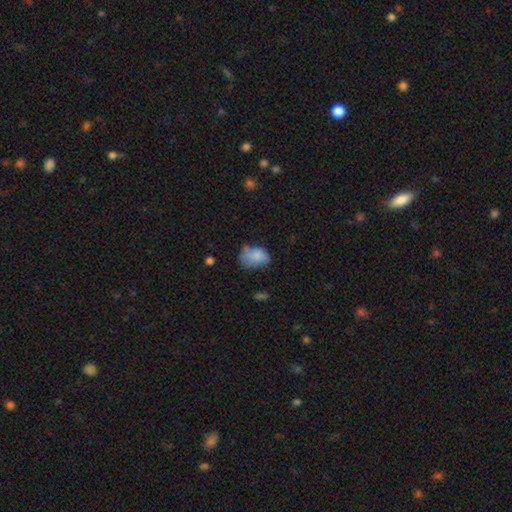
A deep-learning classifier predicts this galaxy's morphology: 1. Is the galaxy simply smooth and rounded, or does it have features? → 77% smooth, 14% featured or disk, 9% star or artifact.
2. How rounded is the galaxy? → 78% in between, 21% round, 1% cigar-shaped.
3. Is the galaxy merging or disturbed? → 39% none, 38% minor disturbance, 18% major disturbance, 5% merger.